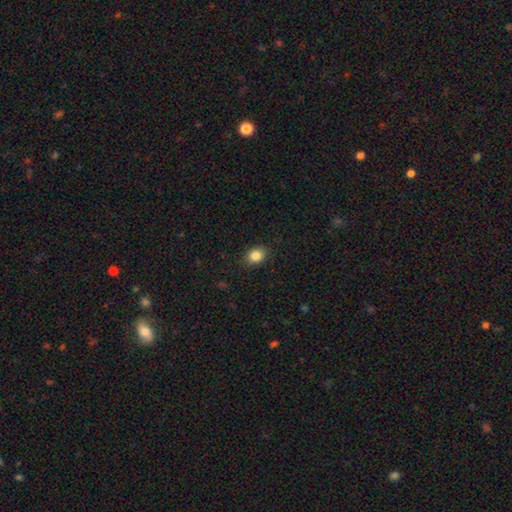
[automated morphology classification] Smooth or featured: smooth — 85% (star or artifact — 10%)
How rounded: in between — 51% (round — 48%)
Merging: none — 87% (minor disturbance — 9%)